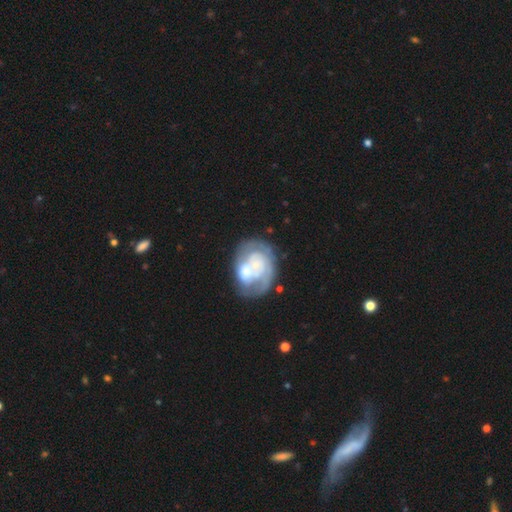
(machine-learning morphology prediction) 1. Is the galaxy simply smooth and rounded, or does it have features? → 68% featured or disk, 24% smooth, 8% star or artifact.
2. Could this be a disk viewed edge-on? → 97% no, 3% yes.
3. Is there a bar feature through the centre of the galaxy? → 78% no, 18% weak, 5% strong.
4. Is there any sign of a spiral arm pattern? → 60% yes, 40% no.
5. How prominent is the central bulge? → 40% small, 27% moderate, 20% none, 9% large, 3% dominant.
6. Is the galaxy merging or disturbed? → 42% none, 22% merger, 20% minor disturbance, 16% major disturbance.